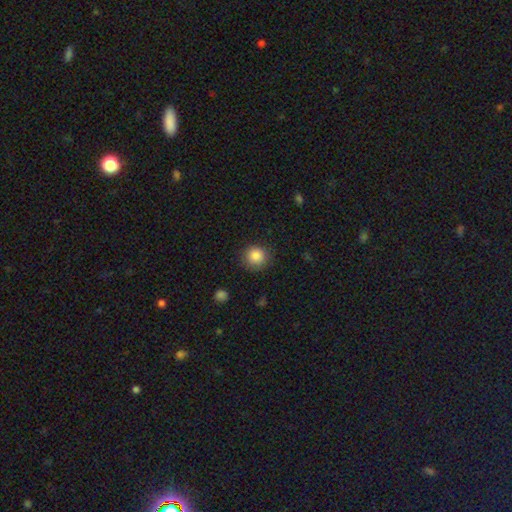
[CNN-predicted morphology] A smooth galaxy with no disk features (86%) that is round (91%).

Vote fractions:
- Smooth or featured? smooth: 86% / star or artifact: 10% / featured or disk: 4%
- How rounded? round: 91% / in between: 8% / cigar-shaped: 1%
- Merging? none: 87% / minor disturbance: 9% / major disturbance: 3% / merger: 1%